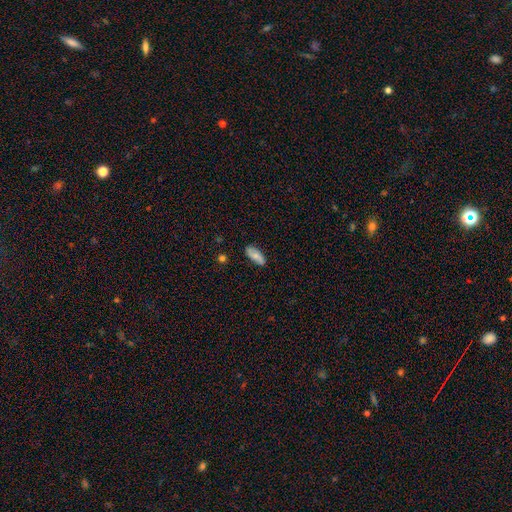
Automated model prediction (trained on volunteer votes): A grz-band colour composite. It shows a smooth galaxy with no disk features (73%) that is in between round and cigar-shaped (83%). Merging: none (81%).